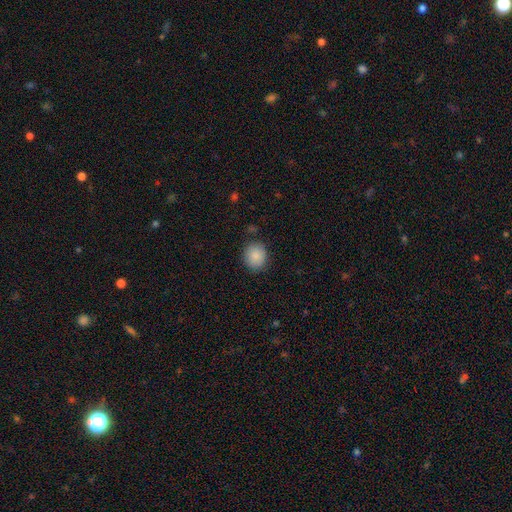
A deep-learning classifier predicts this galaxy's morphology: A smooth galaxy with no disk features (88%) that is round (77%).

Vote fractions:
- Smooth or featured? smooth: 88% / star or artifact: 8% / featured or disk: 4%
- How rounded? round: 77% / in between: 23% / cigar-shaped: 1%
- Merging? none: 85% / minor disturbance: 10% / major disturbance: 3% / merger: 2%